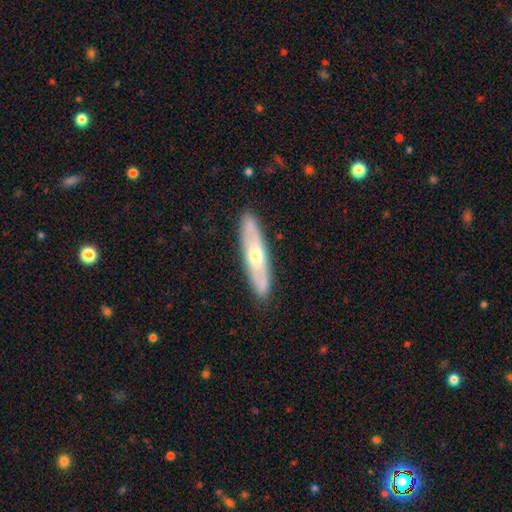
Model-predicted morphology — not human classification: Q: Smooth or featured?
A: featured or disk (55%); runner-up: smooth (39%)
Q: Edge-on disk?
A: yes (59%); runner-up: no (41%)
Q: Merging?
A: none (88%); runner-up: minor disturbance (9%)